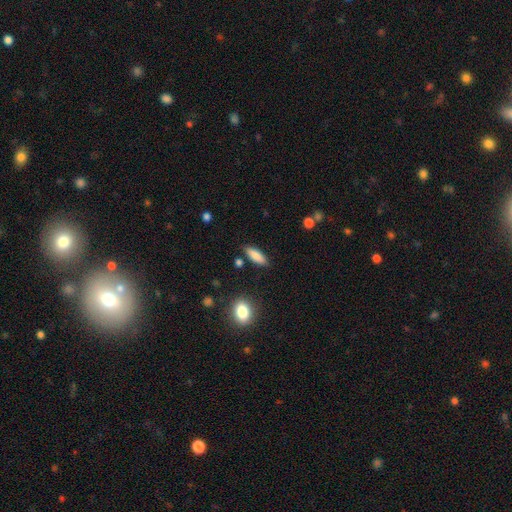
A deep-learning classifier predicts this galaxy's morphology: smooth 83%, featured or disk 10%, star or artifact 7%. Down the decision tree: how rounded — in between (58%); merging — none (84%).